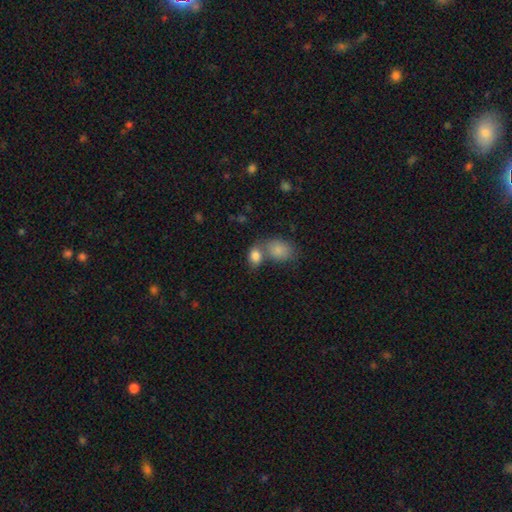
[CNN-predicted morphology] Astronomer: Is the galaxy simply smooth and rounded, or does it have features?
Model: smooth — 84%.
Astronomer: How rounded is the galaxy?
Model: in between — 75%.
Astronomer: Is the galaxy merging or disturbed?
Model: merger — 46% (runner-up: none, 38%).